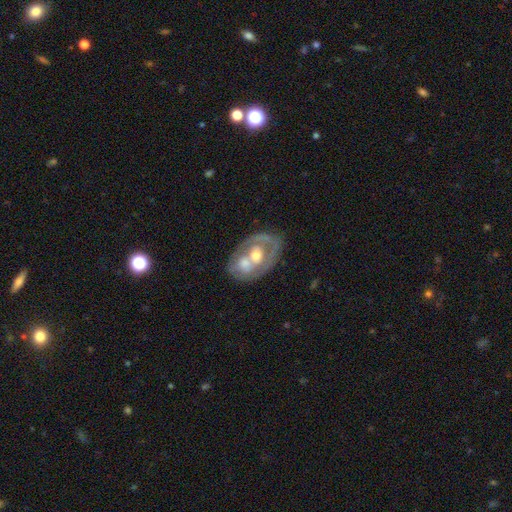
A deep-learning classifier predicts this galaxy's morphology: Overall: featured or disk (64%; smooth 30%). Edge-on disk: no (95%). Bar: no (83%). Spiral arms: no (73%). Bulge size: moderate (71%). Merging: merger (39%; none 36%).